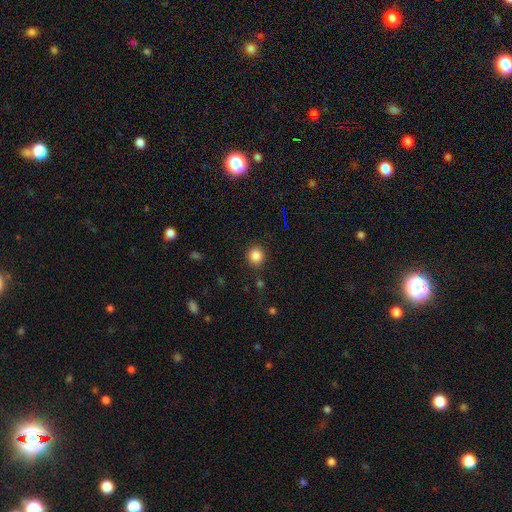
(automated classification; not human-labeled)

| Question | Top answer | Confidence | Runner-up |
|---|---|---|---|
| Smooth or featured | smooth | 84% | star or artifact (12%) |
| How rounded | round | 91% | in between (8%) |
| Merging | none | 87% | minor disturbance (7%) |